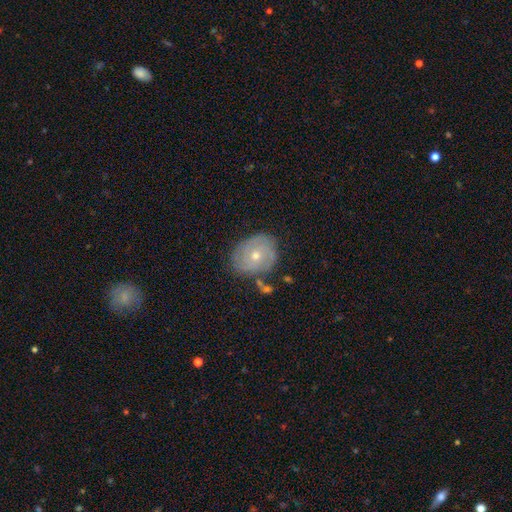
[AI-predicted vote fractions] smooth_or_featured: featured or disk (p=0.63) [alt: smooth p=0.28]
disk_edge_on: no (p=0.96) [alt: yes p=0.04]
bar: no (p=0.81) [alt: weak p=0.15]
has_spiral_arms: yes (p=0.76) [alt: no p=0.24]
bulge_size: moderate (p=0.53) [alt: small p=0.44]
merging: none (p=0.69) [alt: minor disturbance p=0.20]